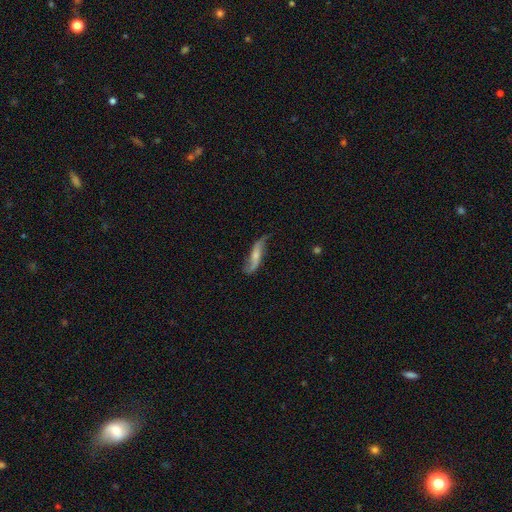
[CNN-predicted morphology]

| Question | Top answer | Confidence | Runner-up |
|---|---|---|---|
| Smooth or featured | featured or disk | 71% | smooth (23%) |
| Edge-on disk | no | 81% | yes (19%) |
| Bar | no | 50% | weak (34%) |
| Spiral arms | yes | 92% | no (8%) |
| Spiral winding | loose | 87% | medium (9%) |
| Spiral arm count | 2 | 90% | can't tell (4%) |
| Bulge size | small | 46% | moderate (36%) |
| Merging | none | 64% | minor disturbance (23%) |